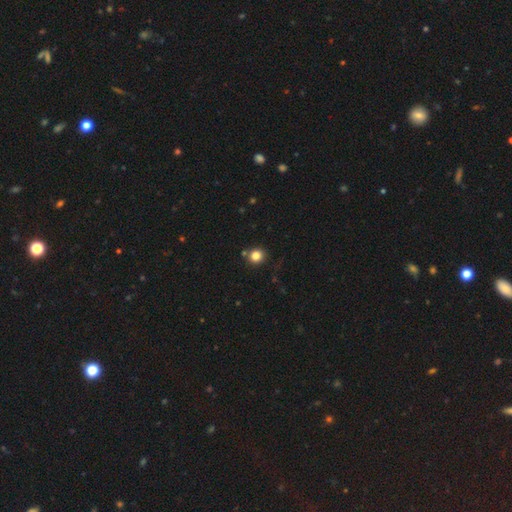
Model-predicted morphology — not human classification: Smooth or featured: smooth — 83% (star or artifact — 12%)
How rounded: round — 87% (in between — 12%)
Merging: none — 81% (minor disturbance — 9%)